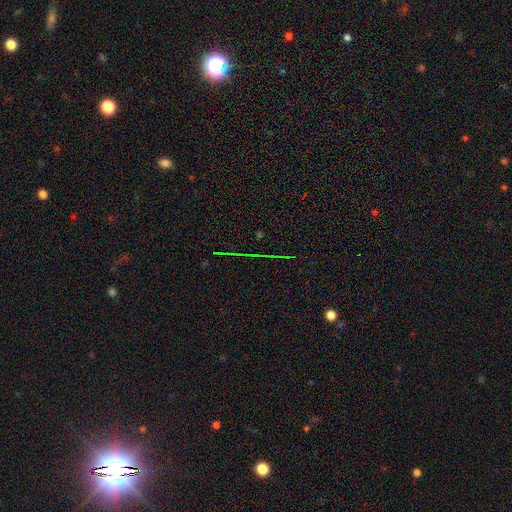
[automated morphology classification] star or artifact 77%, featured or disk 12%, smooth 10%.